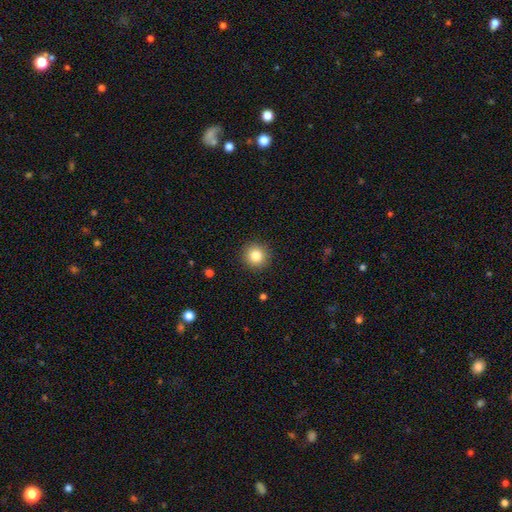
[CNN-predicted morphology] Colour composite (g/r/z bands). It shows a smooth galaxy with no disk features (84%) that is round (94%). Merging: none (92%).